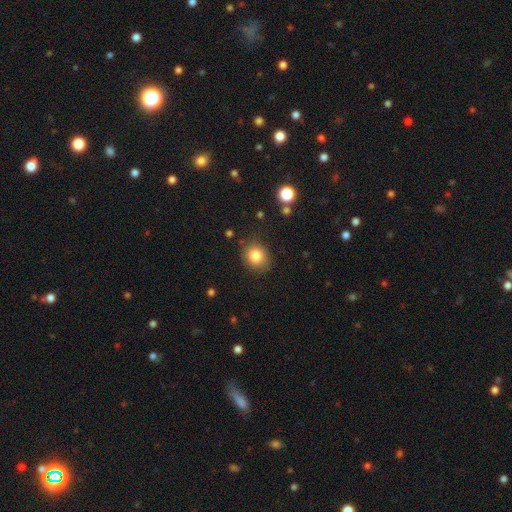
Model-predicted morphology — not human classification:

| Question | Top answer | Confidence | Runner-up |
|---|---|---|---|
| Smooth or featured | smooth | 83% | star or artifact (10%) |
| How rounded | round | 74% | in between (25%) |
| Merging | none | 83% | minor disturbance (12%) |